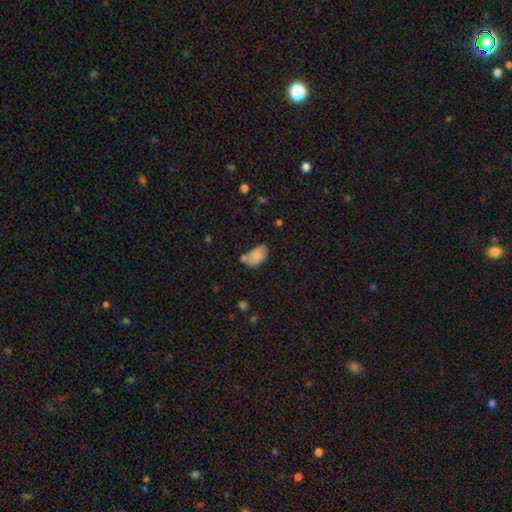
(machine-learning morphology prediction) smooth-or-featured: smooth: 84% | featured or disk: 8% | star or artifact: 8%
  how-rounded: in between: 93% | round: 6% | cigar-shaped: 1%
  merging: none: 49% | minor disturbance: 25% | merger: 19% | major disturbance: 7%